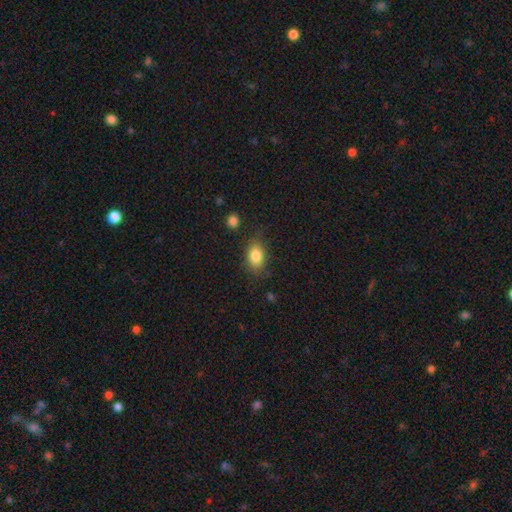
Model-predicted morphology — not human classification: smooth 83%, star or artifact 9%, featured or disk 8%. Down the decision tree: how rounded — in between (79%); merging — none (76%).